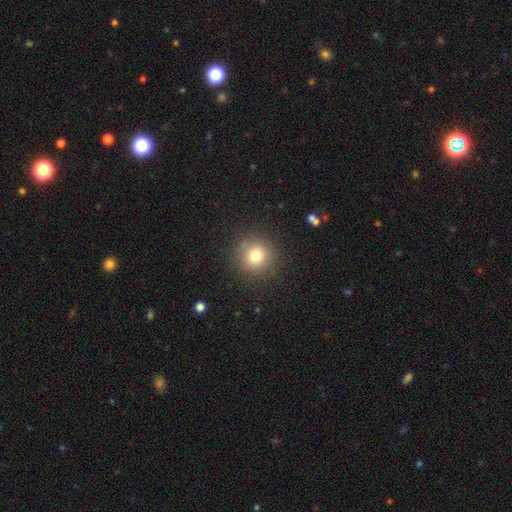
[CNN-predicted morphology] A smooth galaxy with no disk features (77%) that is round (93%). Merging: none (87%).